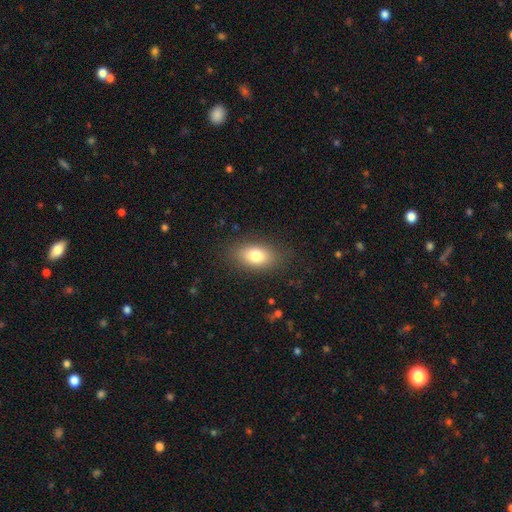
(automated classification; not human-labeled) This is likely a smooth galaxy (80%). How rounded: clearly in between (88%). Merging: clearly none (83%).